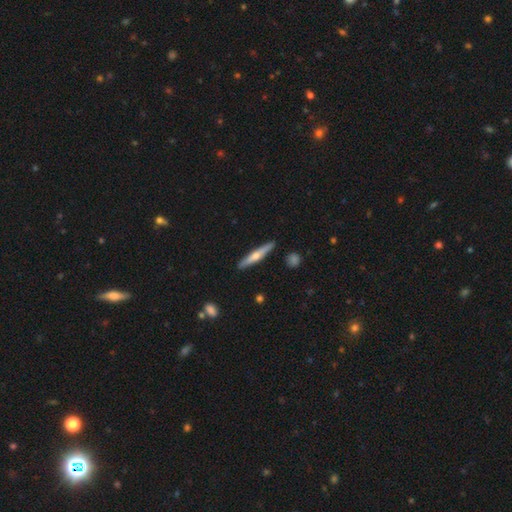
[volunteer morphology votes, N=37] A featured or disk galaxy (54%) viewed edge-on (80%) with a rounded central bulge (81%). Merging: none (89%).